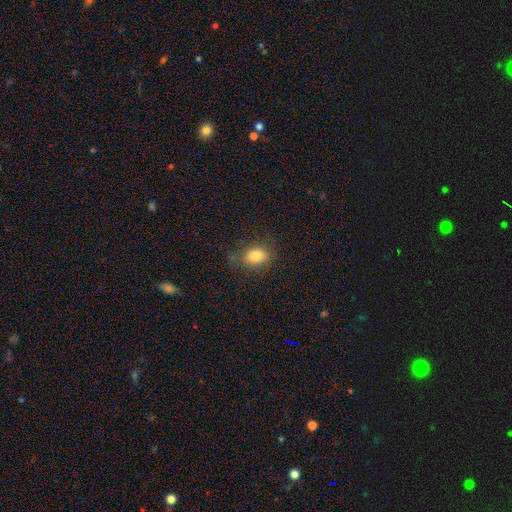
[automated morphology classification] A smooth galaxy with no disk features (81%) that is in between round and cigar-shaped (74%).

Vote fractions:
- Smooth or featured? smooth: 81% / star or artifact: 10% / featured or disk: 9%
- How rounded? in between: 74% / round: 25% / cigar-shaped: 2%
- Merging? none: 77% / minor disturbance: 17% / major disturbance: 5% / merger: 2%